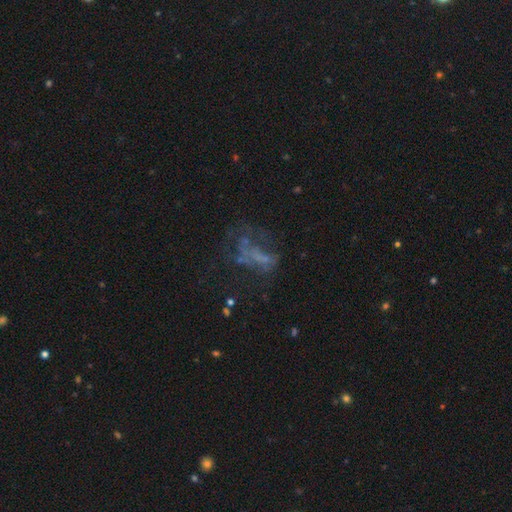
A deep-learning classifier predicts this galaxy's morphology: smooth-or-featured: featured or disk: 49% | star or artifact: 29% | smooth: 22%
  merging: major disturbance: 40% | none: 38% | minor disturbance: 15% | merger: 7%